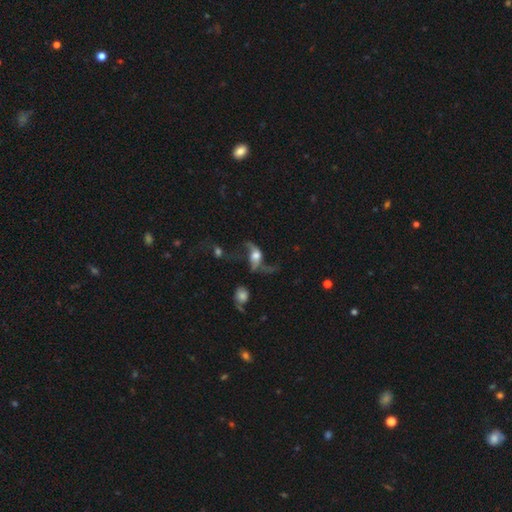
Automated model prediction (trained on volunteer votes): featured or disk 76%, smooth 15%, star or artifact 9%. Down the decision tree: edge-on disk — no (78%); bar — no (57%); spiral arms — yes (86%); spiral arm count — 2 (90%); spiral winding — loose (91%); bulge size — moderate (44%); merging — none (46%).